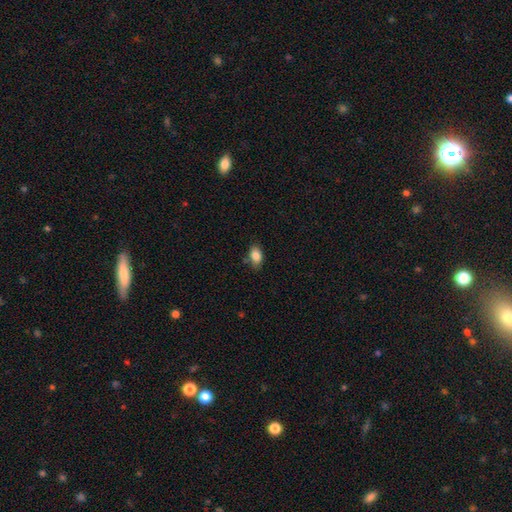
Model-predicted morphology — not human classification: smooth-or-featured: smooth: 86% | star or artifact: 8% | featured or disk: 6%
  how-rounded: in between: 89% | round: 8% | cigar-shaped: 3%
  merging: none: 74% | minor disturbance: 19% | merger: 4% | major disturbance: 4%